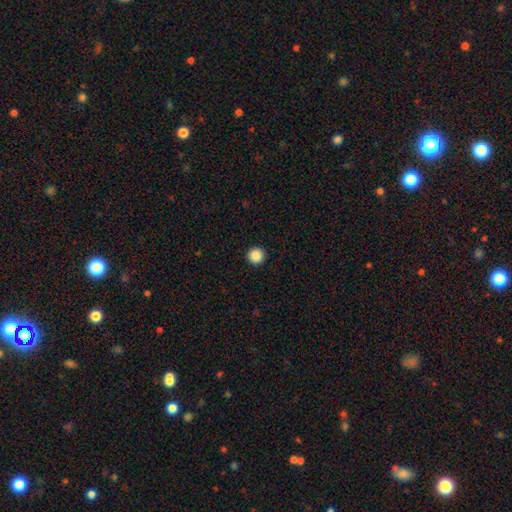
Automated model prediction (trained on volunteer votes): smooth 88%, star or artifact 10%, featured or disk 3%. Down the decision tree: how rounded — round (96%); merging — none (94%).